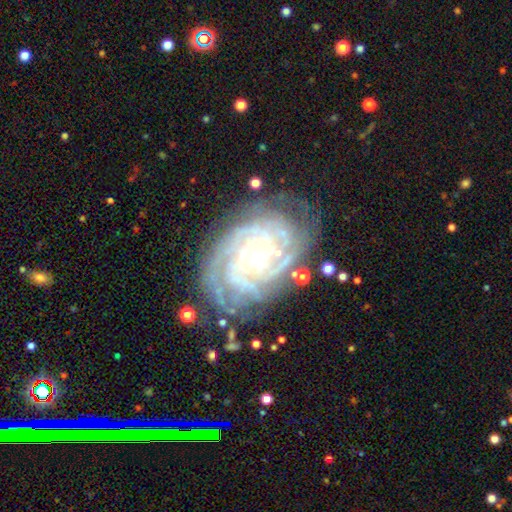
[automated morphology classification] Smooth or featured: featured or disk — 91% (star or artifact — 5%)
Edge-on disk: no — 97% (yes — 3%)
Bar: no — 73% (weak — 20%)
Spiral arms: yes — 98% (no — 2%)
Spiral winding: tight — 80% (medium — 18%)
Spiral arm count: 4 — 25% (more than 4 — 23%)
Bulge size: small — 64% (moderate — 32%)
Merging: none — 75% (minor disturbance — 17%)